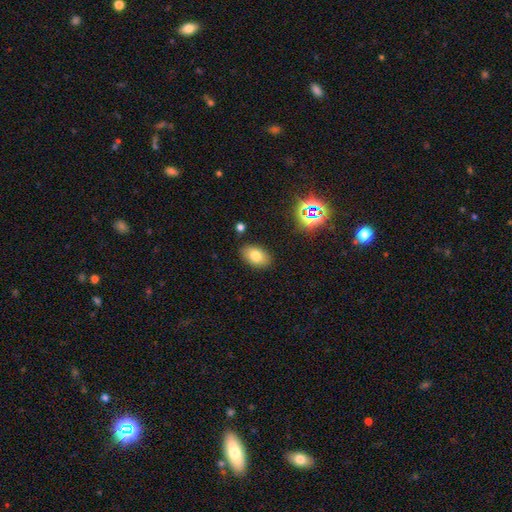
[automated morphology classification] This appears to be a smooth galaxy with no disk features (77%) that is in between round and cigar-shaped (88%). Merging: none (86%).